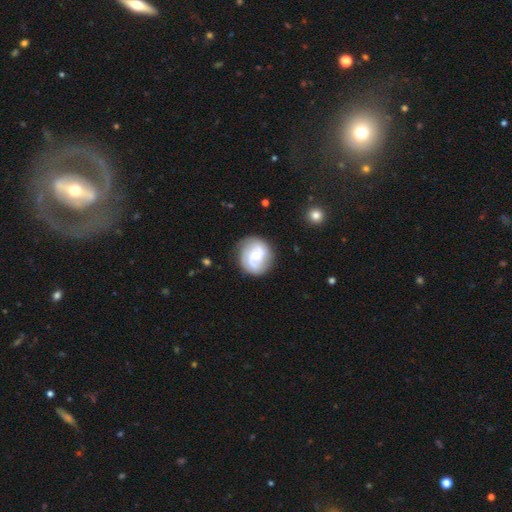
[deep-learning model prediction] featured or disk 74%, smooth 20%, star or artifact 6%. Down the decision tree: edge-on disk — no (98%); bar — weak (45%); spiral arms — yes (93%); spiral arm count — 2 (70%); spiral winding — medium (44%); bulge size — small (55%); merging — none (75%).